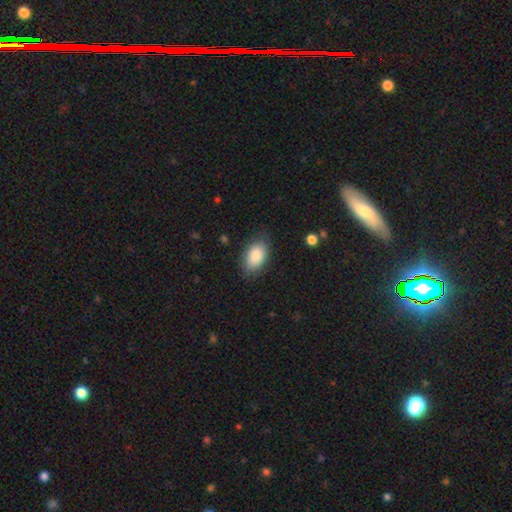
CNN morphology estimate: A smooth galaxy with no disk features (86%) that is in between round and cigar-shaped (92%).

Vote fractions:
- Smooth or featured? smooth: 86% / featured or disk: 7% / star or artifact: 7%
- How rounded? in between: 92% / round: 6% / cigar-shaped: 1%
- Merging? none: 80% / minor disturbance: 15% / major disturbance: 4% / merger: 1%